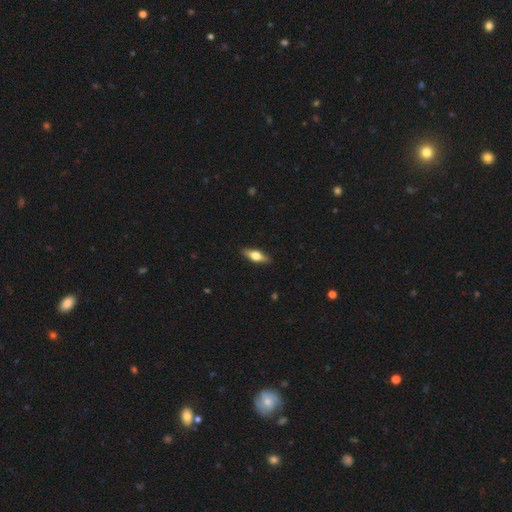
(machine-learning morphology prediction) This appears to be a featured or disk galaxy (47%). Merging: none (88%).